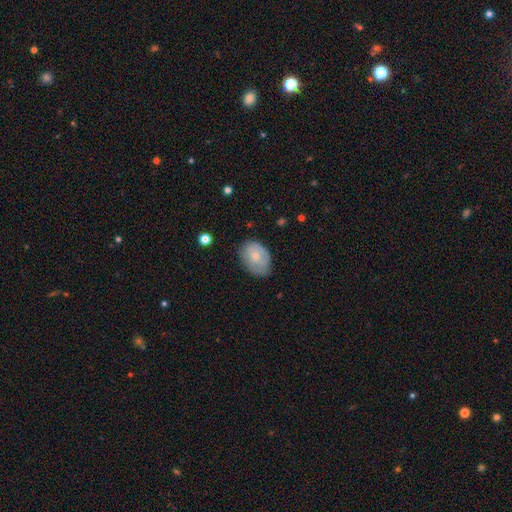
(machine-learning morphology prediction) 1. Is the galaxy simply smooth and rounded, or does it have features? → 57% smooth, 37% featured or disk, 6% star or artifact.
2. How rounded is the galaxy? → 80% in between, 19% round, 1% cigar-shaped.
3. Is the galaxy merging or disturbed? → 69% none, 24% minor disturbance, 6% major disturbance, 1% merger.